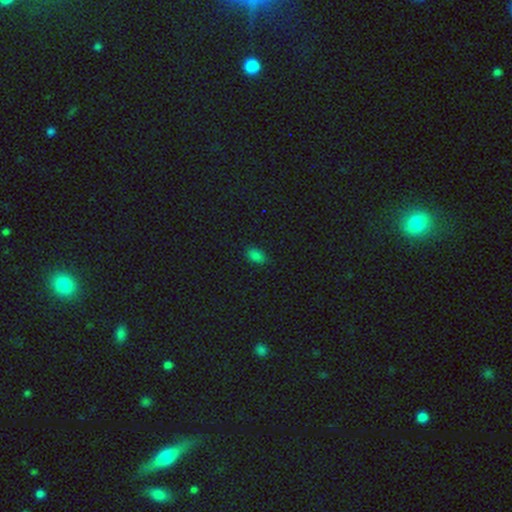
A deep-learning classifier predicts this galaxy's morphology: This is likely a smooth galaxy (76%). How rounded: clearly in between (88%). Merging: clearly none (80%).